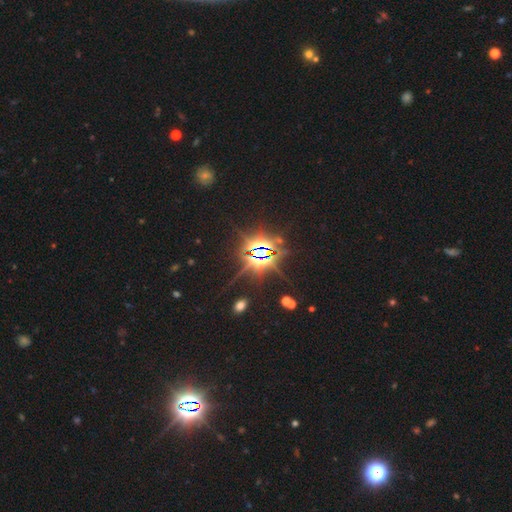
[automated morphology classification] A star or artifact, not a galaxy (86%).

Vote fractions:
- Smooth or featured? star or artifact: 86% / featured or disk: 7% / smooth: 7%